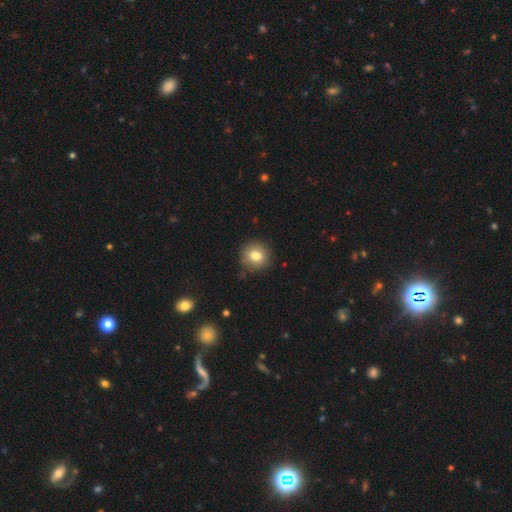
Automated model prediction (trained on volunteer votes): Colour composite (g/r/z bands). It shows a smooth galaxy with no disk features (80%) that is round (91%). Merging: none (88%).